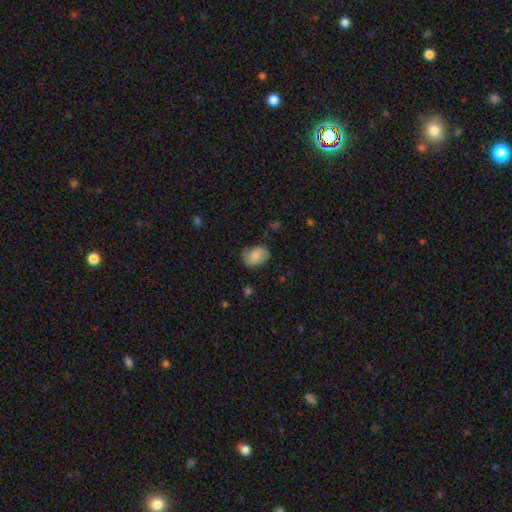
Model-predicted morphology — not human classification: This appears to be a smooth galaxy with no disk features (72%) that is in between round and cigar-shaped (71%). Merging: none (69%).